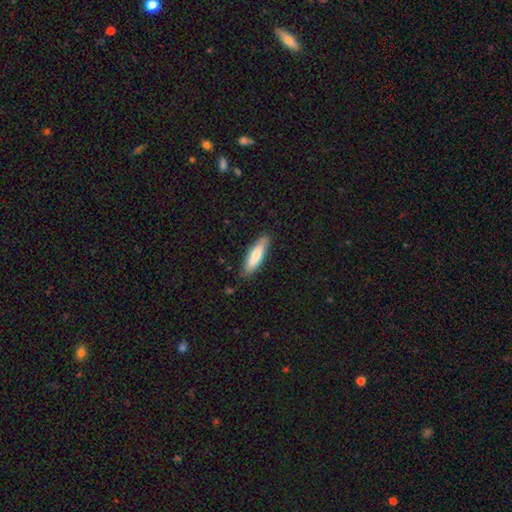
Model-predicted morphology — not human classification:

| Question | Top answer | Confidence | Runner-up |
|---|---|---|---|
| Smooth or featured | smooth | 78% | featured or disk (17%) |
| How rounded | cigar-shaped | 64% | in between (35%) |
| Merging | none | 83% | minor disturbance (13%) |